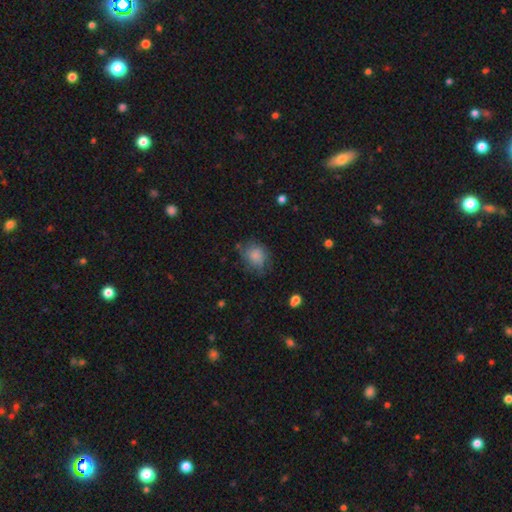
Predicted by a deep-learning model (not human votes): Smooth or featured? smooth (75%)
How rounded? round (64%)
Merging? none (57%)